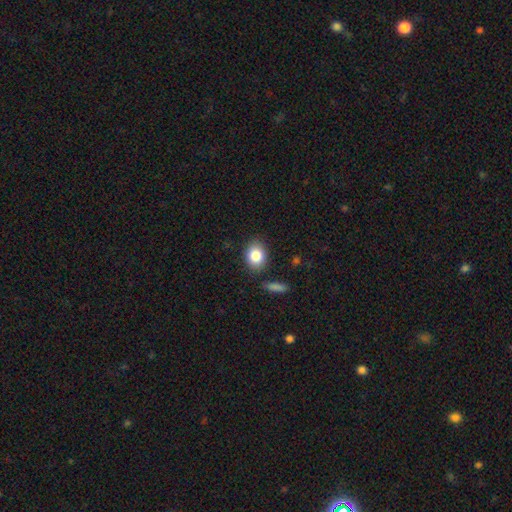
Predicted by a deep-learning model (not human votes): Morphology: type=smooth (83%); roundness=in between (53%); merging=none (83%).